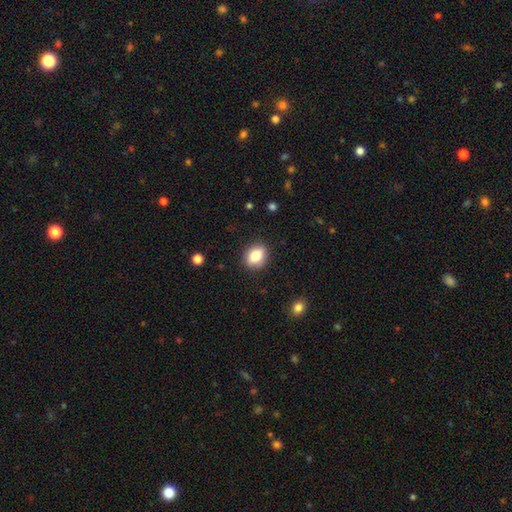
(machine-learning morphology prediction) Overall: smooth (79%). How rounded: in between (61%; round 36%). Merging: none (87%).